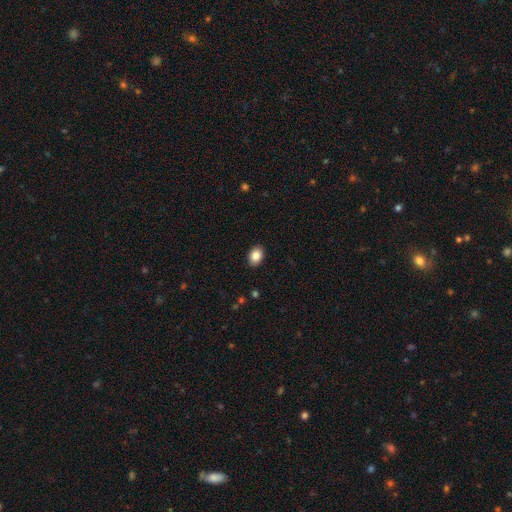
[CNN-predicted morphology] This is clearly a smooth galaxy (86%). How rounded: likely in between (76%). Merging: clearly none (90%).